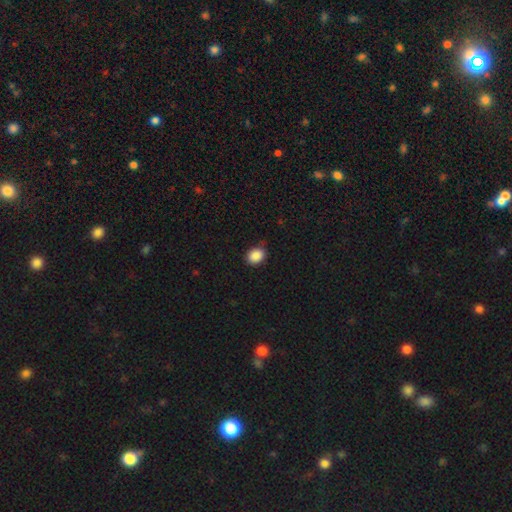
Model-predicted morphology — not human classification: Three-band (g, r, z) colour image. It shows a smooth galaxy with no disk features (89%) that is in between round and cigar-shaped (54%). Merging: none (81%).